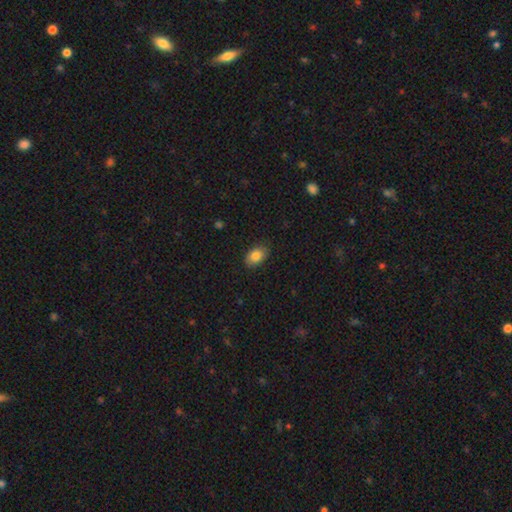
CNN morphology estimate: The model was most divided on "how rounded": in between: 84%, round: 14%, cigar-shaped: 1%. More confident: smooth or featured — smooth (84%); merging — none (84%).